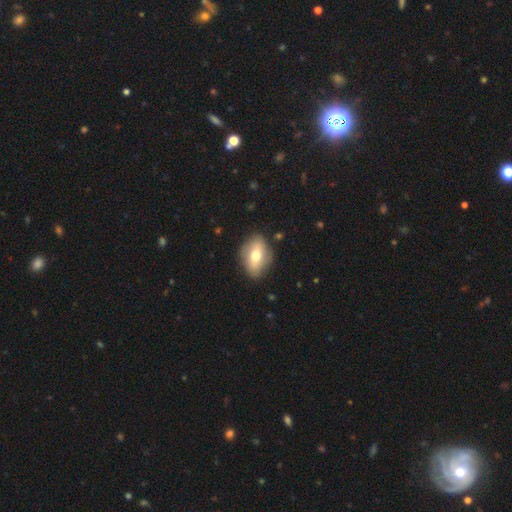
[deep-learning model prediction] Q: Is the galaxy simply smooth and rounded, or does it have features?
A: smooth — 63%.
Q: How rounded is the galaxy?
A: in between — 82%.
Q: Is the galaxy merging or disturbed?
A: none — 80%.